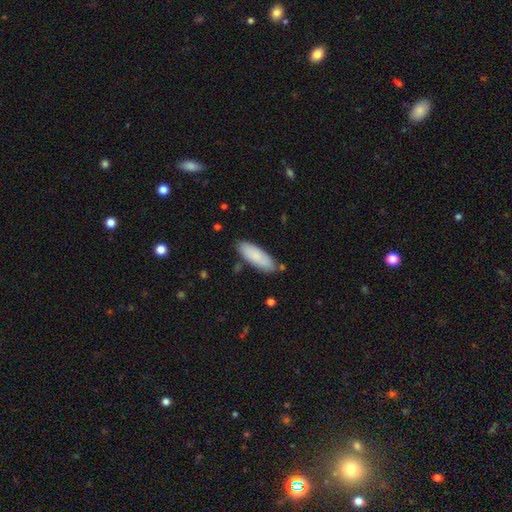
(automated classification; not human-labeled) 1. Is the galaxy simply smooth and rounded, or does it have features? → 84% smooth, 10% featured or disk, 6% star or artifact.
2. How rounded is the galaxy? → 65% in between, 33% cigar-shaped, 1% round.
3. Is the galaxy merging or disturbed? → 82% none, 12% minor disturbance, 3% merger, 2% major disturbance.